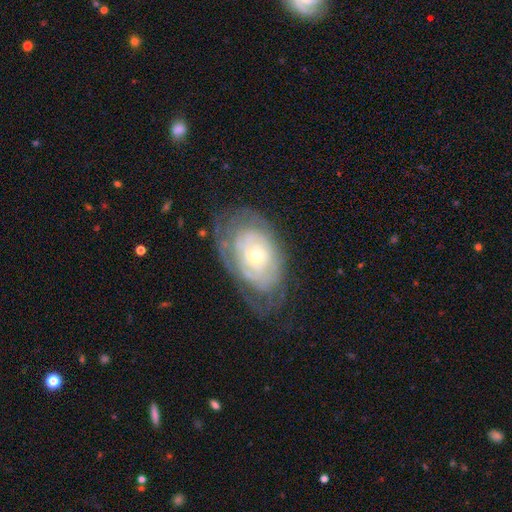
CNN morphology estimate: Overall: featured or disk (75%). Edge-on disk: no (94%). Bar: no (82%). Spiral arms: yes (77%). Spiral arm count: can't tell (62%). Spiral winding: tight (77%). Bulge size: small (56%; moderate 40%). Merging: none (64%).